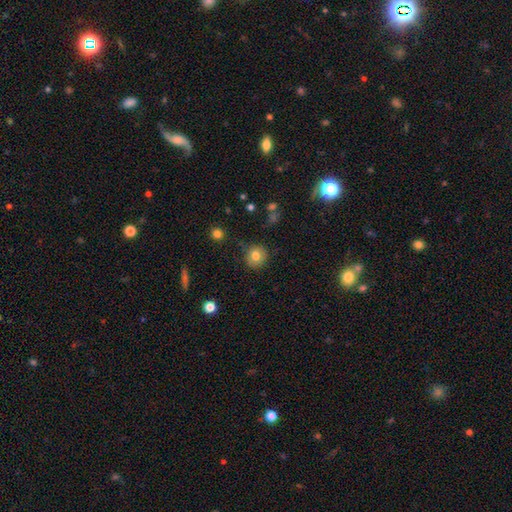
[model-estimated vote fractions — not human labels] This is likely a smooth galaxy (79%). How rounded: clearly round (89%). Merging: clearly none (82%).